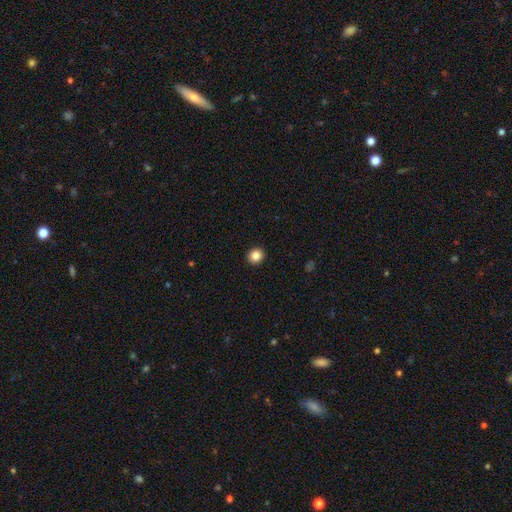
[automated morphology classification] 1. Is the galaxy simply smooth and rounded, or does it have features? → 85% smooth, 10% star or artifact, 5% featured or disk.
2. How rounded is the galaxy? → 88% round, 12% in between, 1% cigar-shaped.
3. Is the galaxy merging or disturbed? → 93% none, 4% minor disturbance, 1% major disturbance, 1% merger.